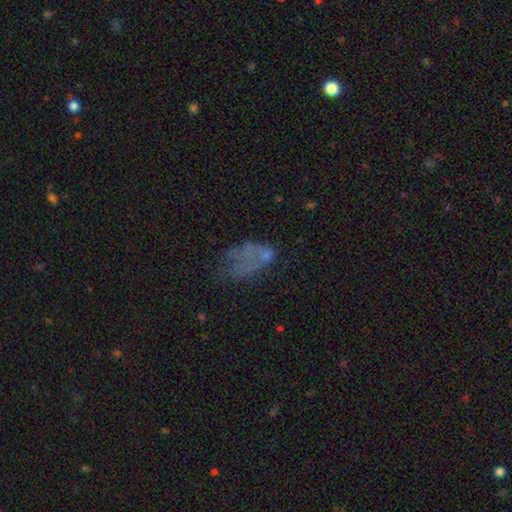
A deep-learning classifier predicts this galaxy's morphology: type=smooth (43%); merging=major disturbance (36%).